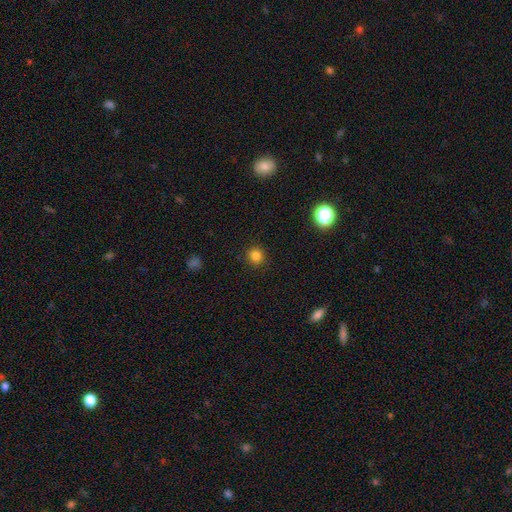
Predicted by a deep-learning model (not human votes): Smooth or featured? smooth (83%)
How rounded? round (90%)
Merging? none (90%)